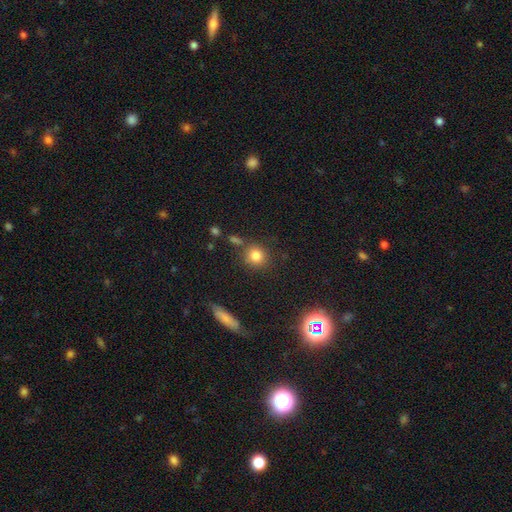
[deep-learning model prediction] Smooth or featured? Predicted: smooth (p=0.82). How rounded? Predicted: round (p=0.86). Merging? Predicted: none (p=0.78).